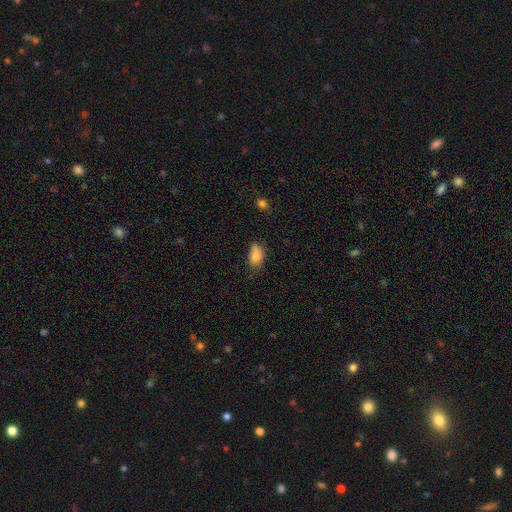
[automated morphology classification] Smooth or featured? Predicted: smooth (p=0.81). How rounded? Predicted: in between (p=0.85). Merging? Predicted: none (p=0.46).